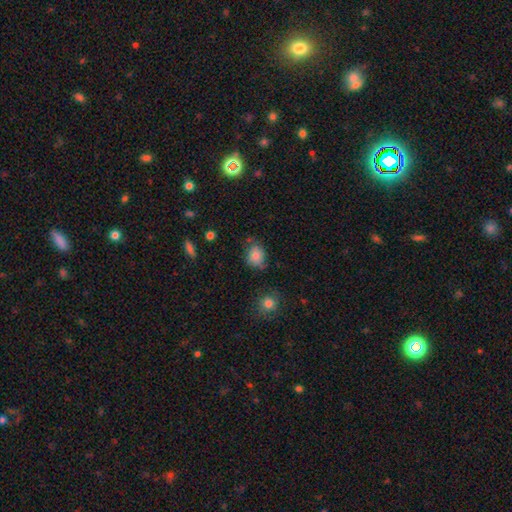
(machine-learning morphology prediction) This is likely a smooth galaxy (80%). How rounded: possibly round (56%). Merging: possibly none (57%).